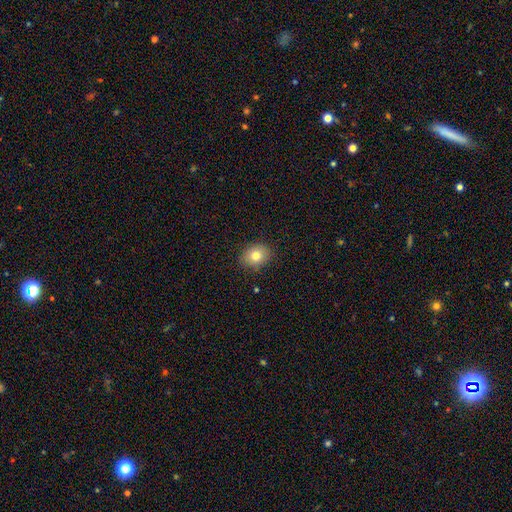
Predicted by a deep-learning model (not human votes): A smooth galaxy with no disk features (78%) that is round (53%).

Vote fractions:
- Smooth or featured? smooth: 78% / featured or disk: 11% / star or artifact: 10%
- How rounded? round: 53% / in between: 46% / cigar-shaped: 1%
- Merging? none: 87% / minor disturbance: 10% / major disturbance: 2% / merger: 1%